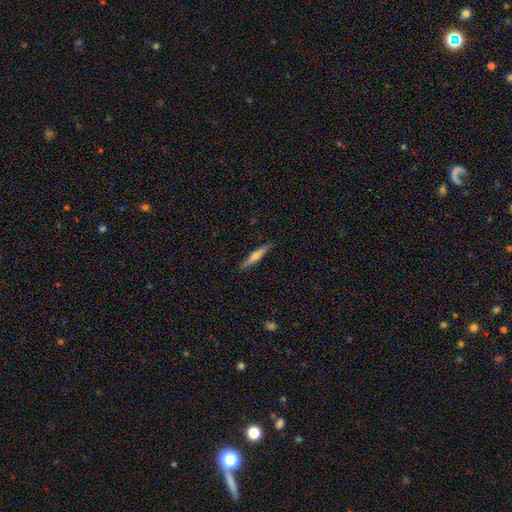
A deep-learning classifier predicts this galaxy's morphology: Smooth or featured? Predicted: smooth (p=0.53). How rounded? Predicted: cigar-shaped (p=0.91). Merging? Predicted: none (p=0.88).